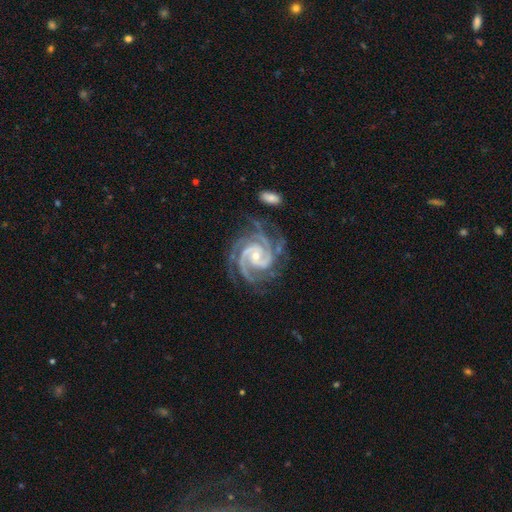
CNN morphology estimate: Smooth or featured? featured or disk (94%)
Edge-on disk? no (98%)
Bar? no (52%)
Spiral arms? yes (99%)
Spiral winding? tight (68%)
Spiral arm count? 3 (43%)
Bulge size? small (68%)
Merging? none (72%)